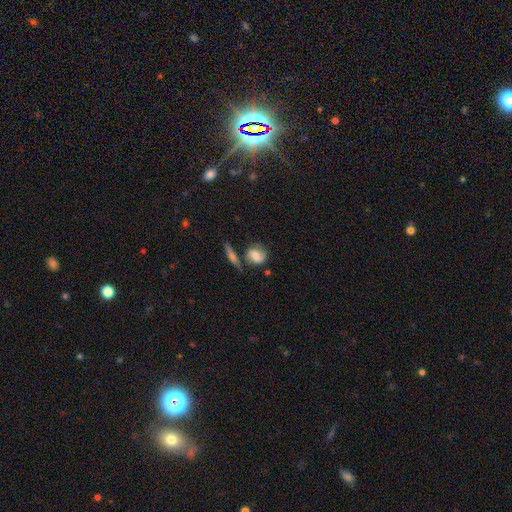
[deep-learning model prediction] smooth-or-featured: smooth: 52% | featured or disk: 39% | star or artifact: 8%
  how-rounded: round: 63% | in between: 33% | cigar-shaped: 4%
  merging: none: 57% | minor disturbance: 19% | merger: 15% | major disturbance: 8%